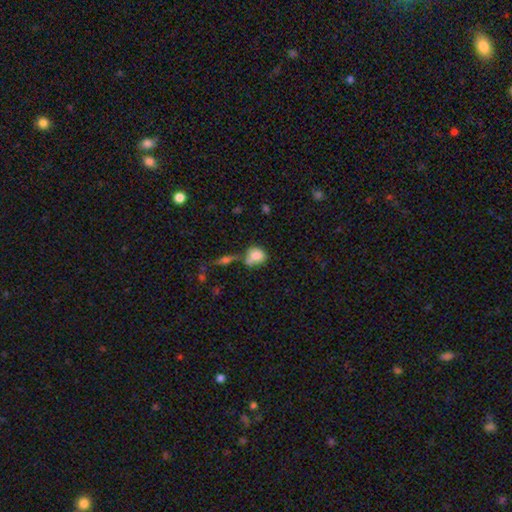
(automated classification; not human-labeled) This is likely a smooth galaxy (79%). How rounded: likely round (62%). Merging: possibly none (46%).